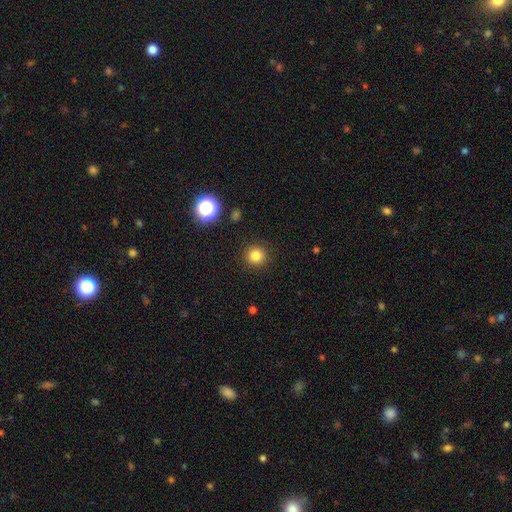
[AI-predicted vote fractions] Smooth or featured? Predicted: smooth (p=0.81). How rounded? Predicted: round (p=0.93). Merging? Predicted: none (p=0.91).